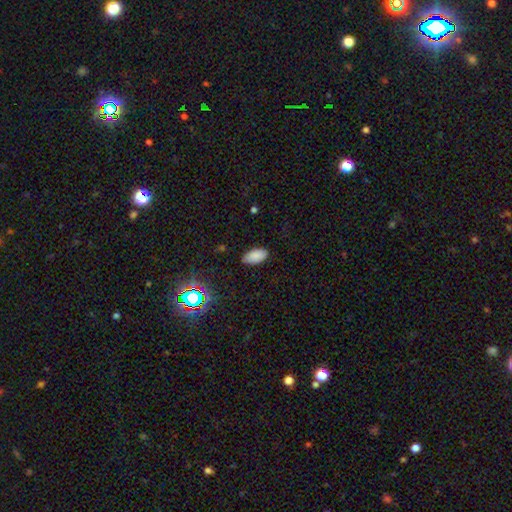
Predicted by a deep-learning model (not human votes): This is clearly a smooth galaxy (85%). How rounded: clearly in between (95%). Merging: clearly none (84%).